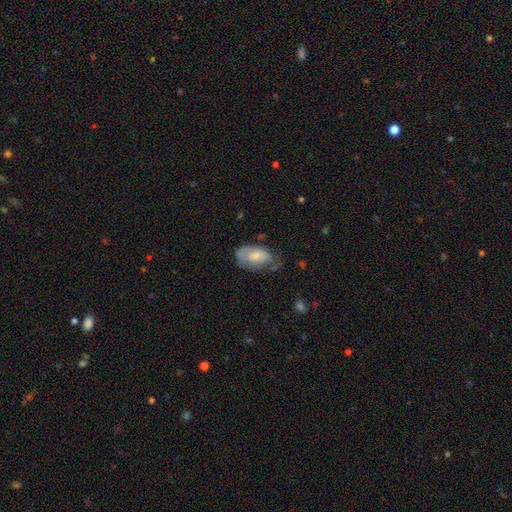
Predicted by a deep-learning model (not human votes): A smooth galaxy with no disk features (60%) that is in between round and cigar-shaped (92%). Merging: none (43%).